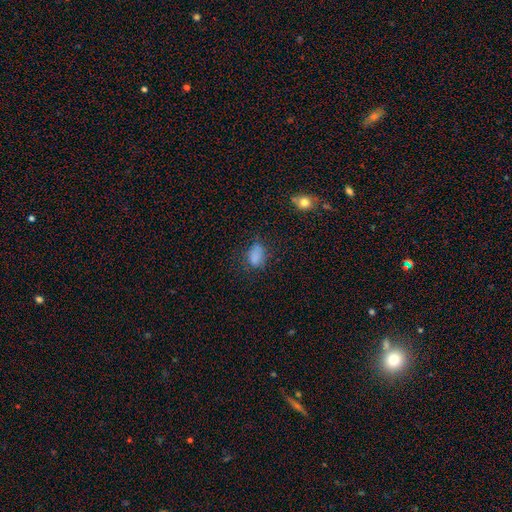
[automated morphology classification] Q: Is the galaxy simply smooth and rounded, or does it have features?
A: smooth — 78%.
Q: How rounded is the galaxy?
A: in between — 79%.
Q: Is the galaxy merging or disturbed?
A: none — 61%.